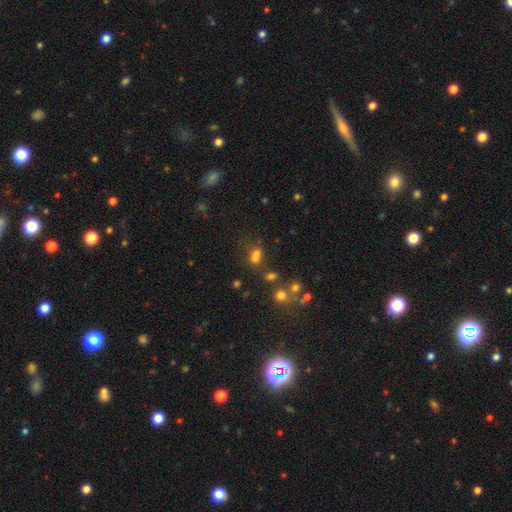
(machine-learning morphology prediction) This appears to be a smooth galaxy with no disk features (67%) that is in between round and cigar-shaped (68%). Merging: none (47%).